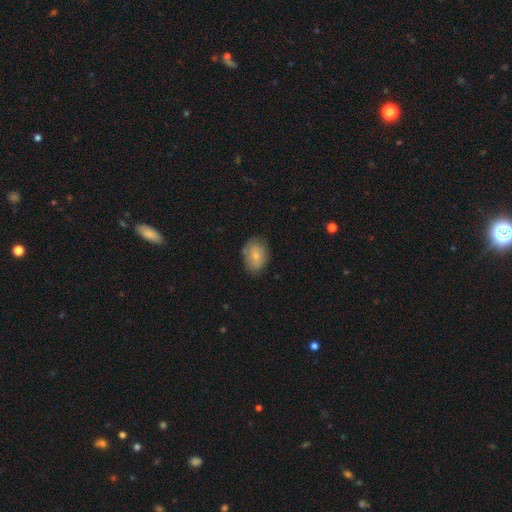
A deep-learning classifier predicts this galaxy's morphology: Smooth or featured: smooth — 77% (featured or disk — 16%)
How rounded: in between — 73% (round — 26%)
Merging: none — 75% (minor disturbance — 19%)